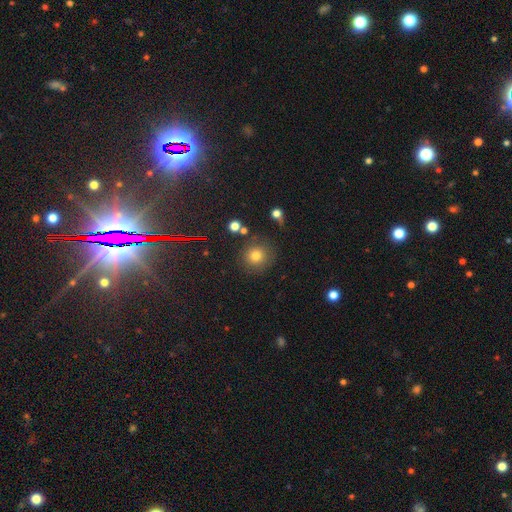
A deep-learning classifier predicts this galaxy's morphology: This is likely a smooth galaxy (75%). How rounded: clearly round (92%). Merging: clearly none (81%).